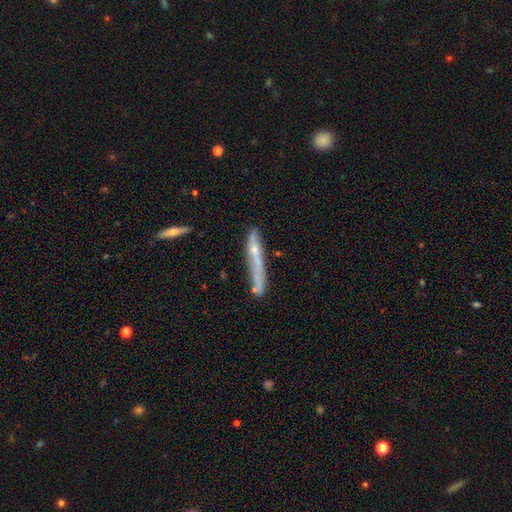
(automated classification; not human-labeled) Q: Smooth or featured?
A: featured or disk (49%); runner-up: smooth (43%)
Q: Merging?
A: none (54%); runner-up: minor disturbance (25%)